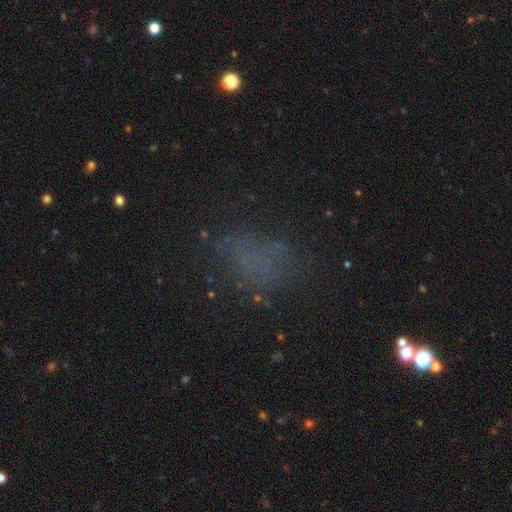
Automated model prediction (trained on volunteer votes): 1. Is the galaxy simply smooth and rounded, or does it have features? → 43% smooth, 34% star or artifact, 23% featured or disk.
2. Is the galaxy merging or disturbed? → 58% none, 21% major disturbance, 18% minor disturbance, 4% merger.